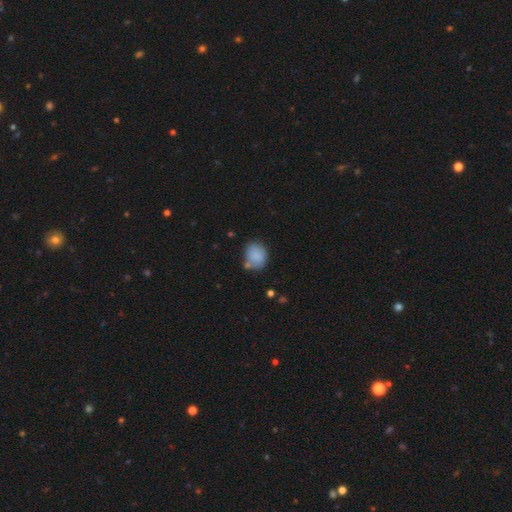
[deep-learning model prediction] Smooth or featured: smooth — 85% (star or artifact — 8%)
How rounded: round — 61% (in between — 38%)
Merging: none — 61% (minor disturbance — 21%)